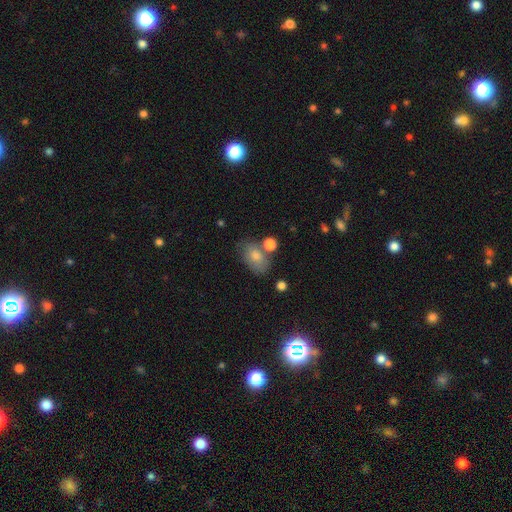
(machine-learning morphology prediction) A smooth galaxy with no disk features (69%) that is in between round and cigar-shaped (81%). Merging: none (62%).